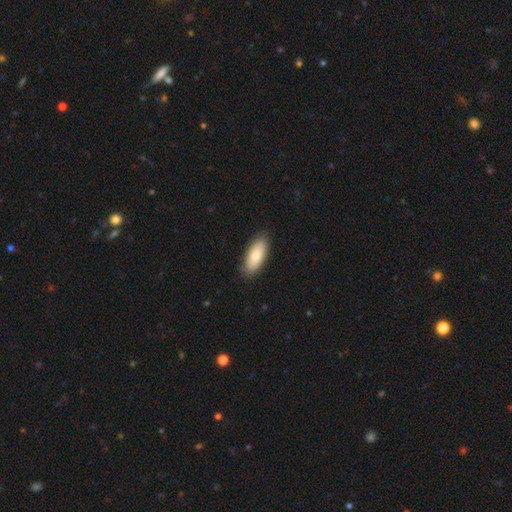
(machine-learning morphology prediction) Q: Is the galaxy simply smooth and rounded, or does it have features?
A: smooth — 79%.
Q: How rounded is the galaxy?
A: in between — 82%.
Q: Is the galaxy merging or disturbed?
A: none — 86%.